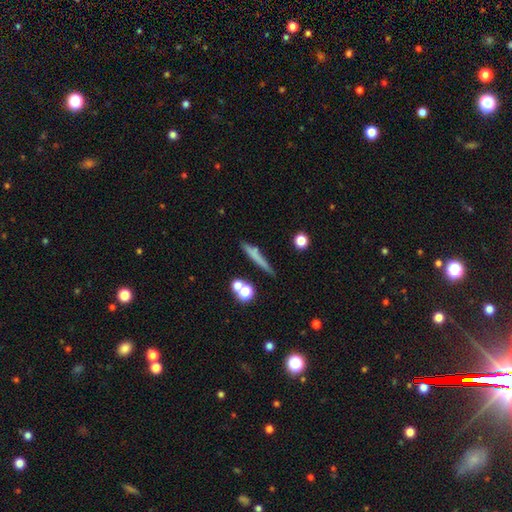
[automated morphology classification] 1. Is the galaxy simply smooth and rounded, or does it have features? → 60% smooth, 30% featured or disk, 10% star or artifact.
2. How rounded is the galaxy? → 89% cigar-shaped, 6% in between, 5% round.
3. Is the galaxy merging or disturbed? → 74% none, 14% minor disturbance, 8% merger, 4% major disturbance.